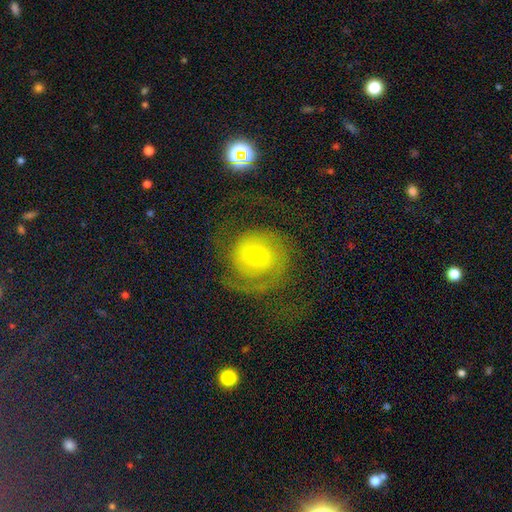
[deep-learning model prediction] Morphology: type=featured or disk (77%); edge-on=no (98%); bar=no (71%); spiral arms=yes (94%); winding=tight (48%); arm count=2 (70%); bulge=small (48%); merging=none (66%).